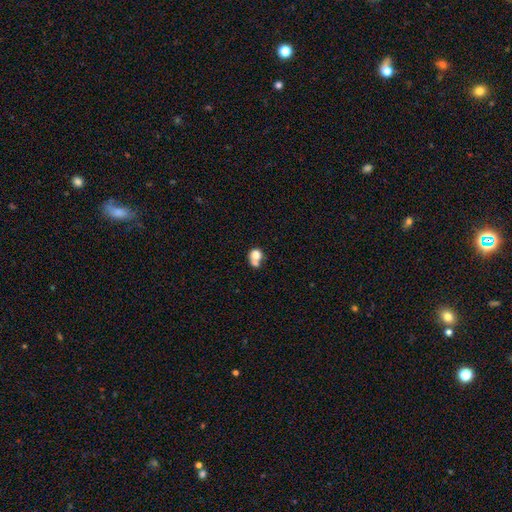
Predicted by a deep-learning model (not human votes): Smooth or featured?
  - smooth: 76% *
  - featured or disk: 13%
  - star or artifact: 10%
How rounded?
  - round: 72% *
  - in between: 27%
  - cigar-shaped: 1%
Merging?
  - merger: 52% *
  - none: 32%
  - minor disturbance: 9%
  - major disturbance: 6%